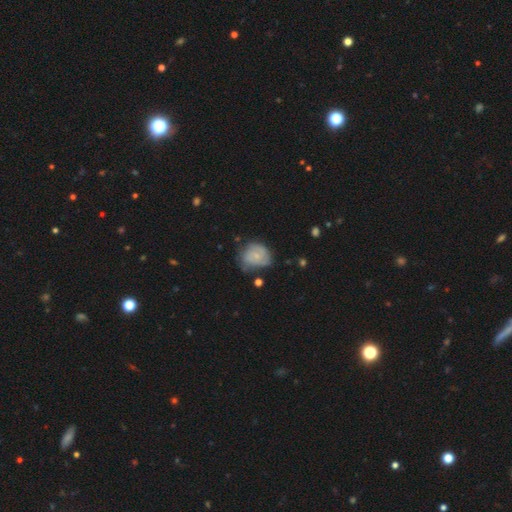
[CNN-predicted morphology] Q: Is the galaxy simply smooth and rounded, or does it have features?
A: featured or disk — 50%.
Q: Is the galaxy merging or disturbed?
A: none — 52%.